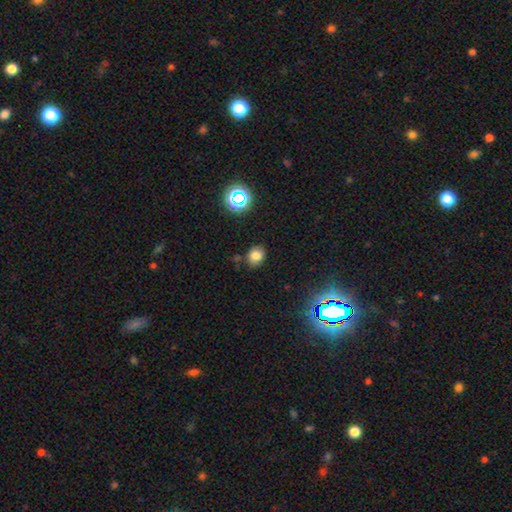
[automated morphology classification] Q: Smooth or featured?
A: smooth (75%); runner-up: star or artifact (16%)
Q: How rounded?
A: round (53%); runner-up: in between (46%)
Q: Merging?
A: none (77%); runner-up: minor disturbance (14%)